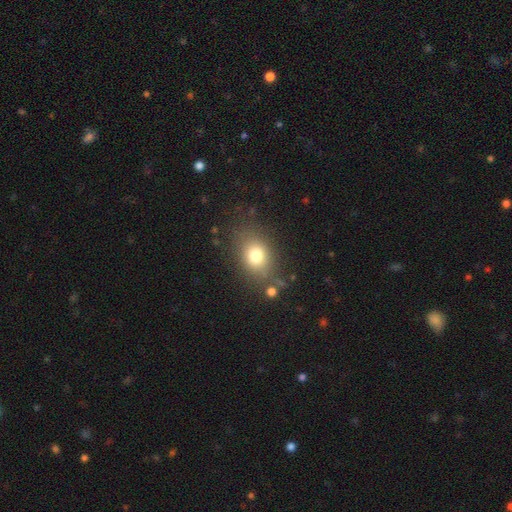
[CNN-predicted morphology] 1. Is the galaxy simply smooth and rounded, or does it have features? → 76% smooth, 13% star or artifact, 11% featured or disk.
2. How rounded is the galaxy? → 58% in between, 41% round, 1% cigar-shaped.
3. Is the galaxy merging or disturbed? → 75% none, 14% minor disturbance, 6% major disturbance, 5% merger.